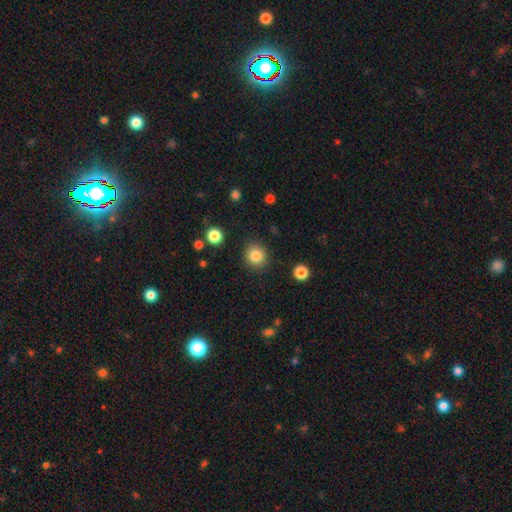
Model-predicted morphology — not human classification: A smooth galaxy with no disk features (84%) that is round (87%). Merging: none (89%).